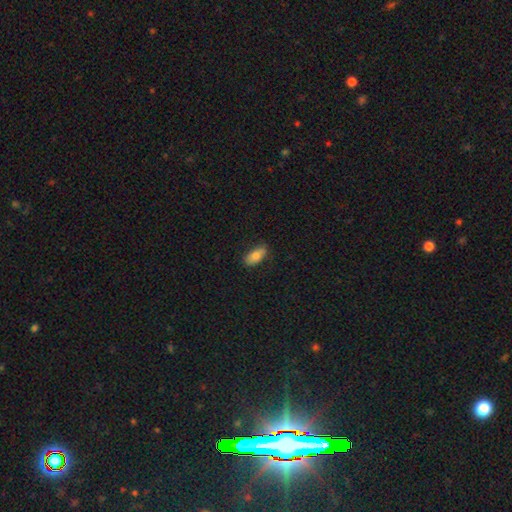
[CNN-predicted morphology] This is clearly a smooth galaxy (81%). How rounded: clearly in between (88%). Merging: clearly none (81%).